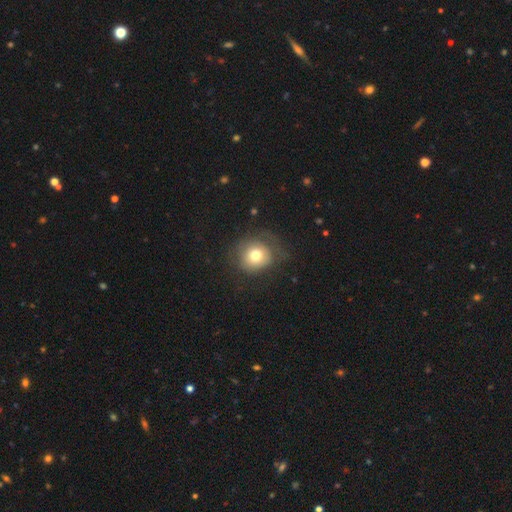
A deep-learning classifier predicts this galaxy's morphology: This appears to be a smooth galaxy with no disk features (72%) that is round (84%). Merging: none (60%).